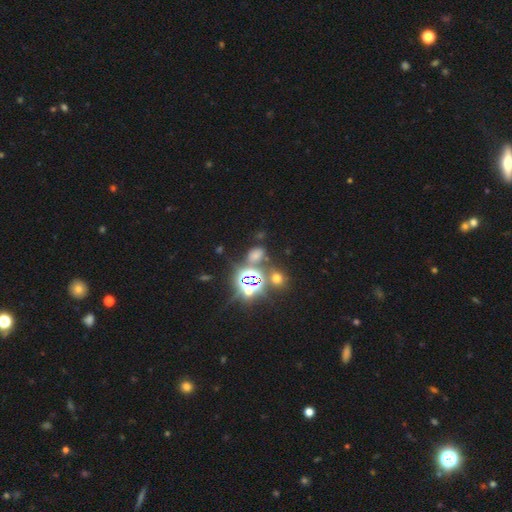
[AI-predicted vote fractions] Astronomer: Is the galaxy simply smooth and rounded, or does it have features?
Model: star or artifact — 52% (runner-up: smooth, 40%).